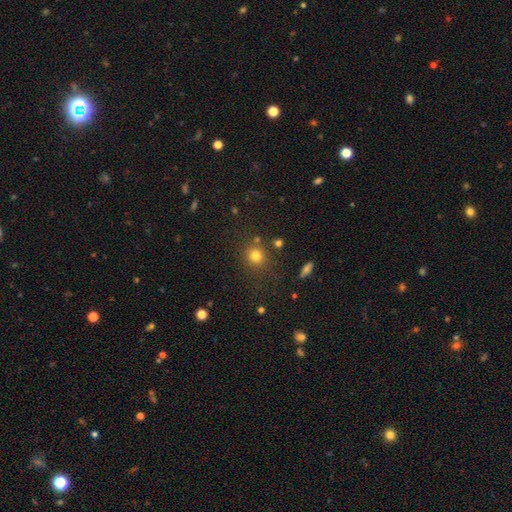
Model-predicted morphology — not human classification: A smooth galaxy with no disk features (78%) that is round (88%). Merging: none (79%).